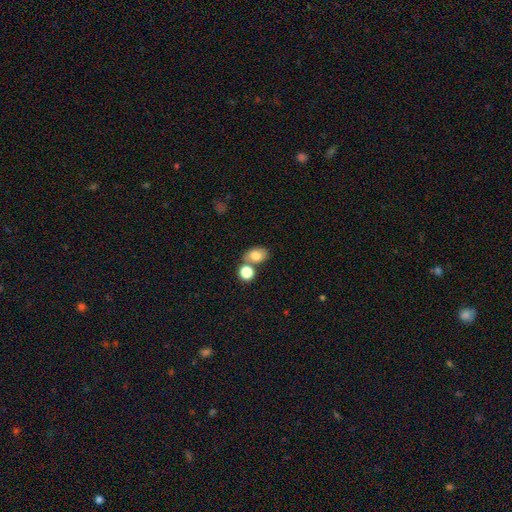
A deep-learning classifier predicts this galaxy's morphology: type=smooth (79%); roundness=in between (72%); merging=none (58%).